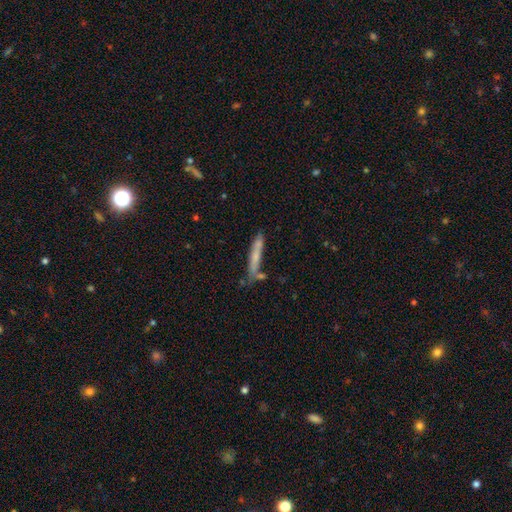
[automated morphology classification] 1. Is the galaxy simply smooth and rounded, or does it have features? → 56% smooth, 36% featured or disk, 8% star or artifact.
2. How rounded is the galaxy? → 93% cigar-shaped, 6% in between, 1% round.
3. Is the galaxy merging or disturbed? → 67% none, 19% minor disturbance, 9% merger, 5% major disturbance.